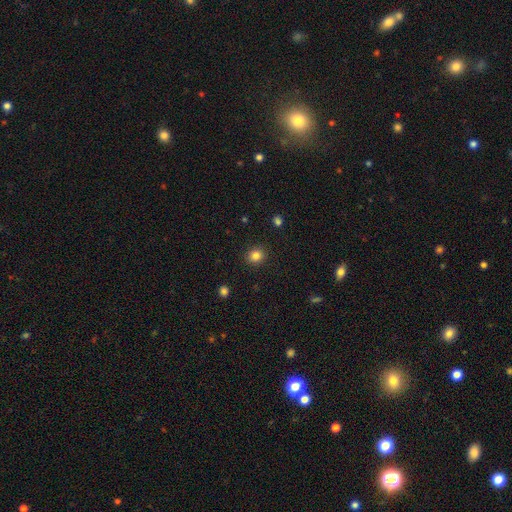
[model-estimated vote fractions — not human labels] Overall: smooth (84%). How rounded: round (83%). Merging: none (90%).